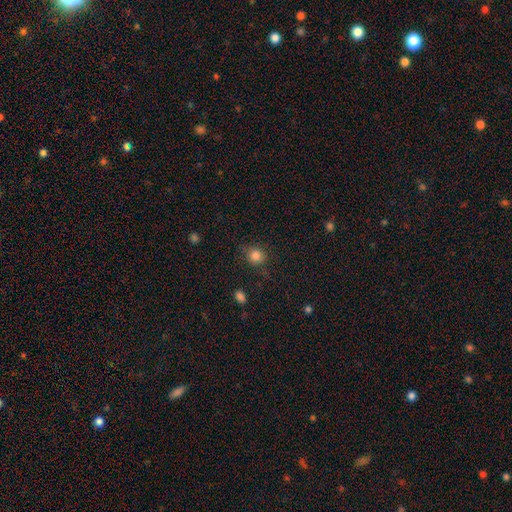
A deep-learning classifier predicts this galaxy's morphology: smooth 83%, star or artifact 12%, featured or disk 5%. Down the decision tree: how rounded — round (84%); merging — none (80%).